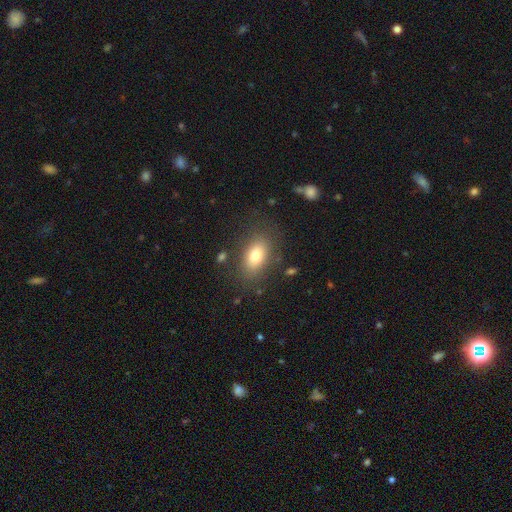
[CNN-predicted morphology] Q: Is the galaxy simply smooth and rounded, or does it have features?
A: smooth — 77%.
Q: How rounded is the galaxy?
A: in between — 86%.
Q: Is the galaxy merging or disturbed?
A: none — 80%.